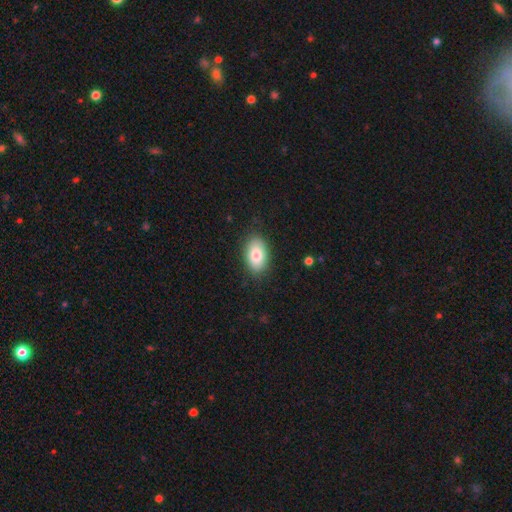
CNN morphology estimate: A smooth galaxy with no disk features (80%) that is in between round and cigar-shaped (91%).

Vote fractions:
- Smooth or featured? smooth: 80% / featured or disk: 13% / star or artifact: 7%
- How rounded? in between: 91% / round: 7% / cigar-shaped: 1%
- Merging? none: 86% / minor disturbance: 11% / major disturbance: 3% / merger: 1%